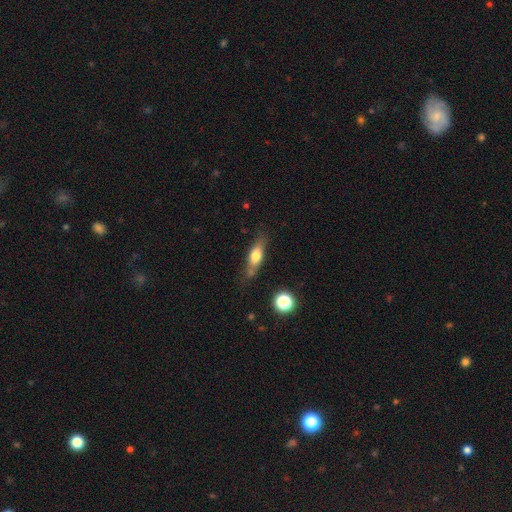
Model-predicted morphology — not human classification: A smooth galaxy with no disk features (60%) that is cigar-shaped (48%). Merging: none (68%).